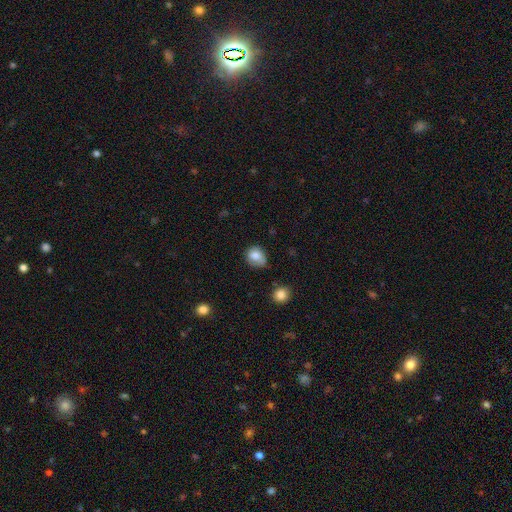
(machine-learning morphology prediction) Q: Smooth or featured?
A: smooth (81%); runner-up: featured or disk (9%)
Q: How rounded?
A: round (65%); runner-up: in between (34%)
Q: Merging?
A: none (55%); runner-up: minor disturbance (33%)